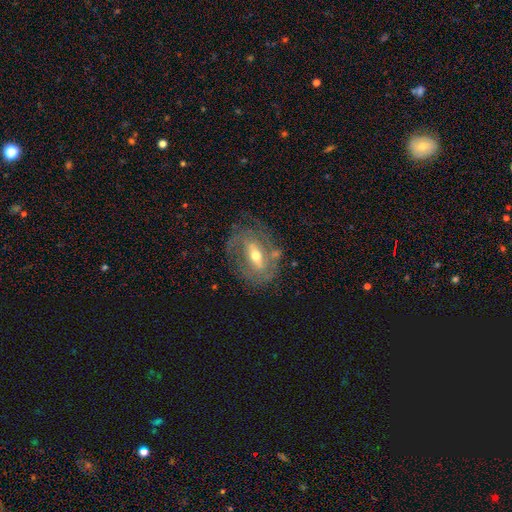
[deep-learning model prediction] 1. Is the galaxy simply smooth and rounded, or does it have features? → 76% featured or disk, 14% smooth, 10% star or artifact.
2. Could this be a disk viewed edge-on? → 92% no, 8% yes.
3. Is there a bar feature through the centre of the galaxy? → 40% weak, 38% strong, 22% no.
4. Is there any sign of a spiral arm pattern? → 78% yes, 22% no.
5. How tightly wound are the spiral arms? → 52% tight, 35% medium, 13% loose.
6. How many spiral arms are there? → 47% 2, 33% can't tell, 8% 3, 6% 1, 3% 4, 3% more than 4.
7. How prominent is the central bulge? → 59% moderate, 35% small, 3% large, 1% none, 1% dominant.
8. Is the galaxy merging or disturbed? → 69% none, 18% minor disturbance, 10% major disturbance, 3% merger.